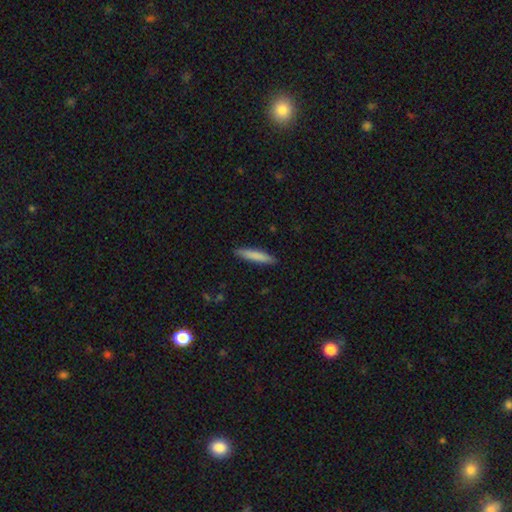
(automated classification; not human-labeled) Q: Smooth or featured?
A: smooth (82%); runner-up: featured or disk (13%)
Q: How rounded?
A: cigar-shaped (91%); runner-up: in between (8%)
Q: Merging?
A: none (89%); runner-up: minor disturbance (8%)